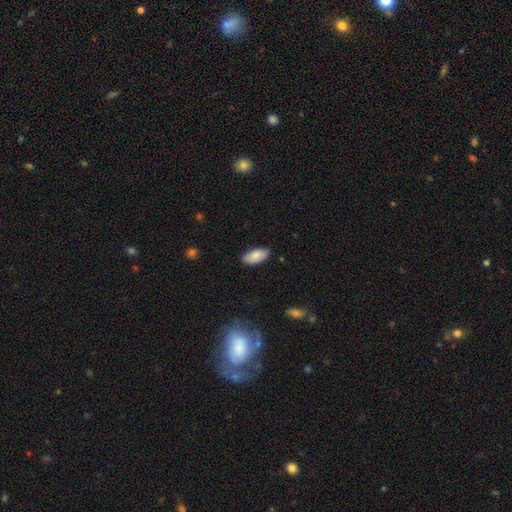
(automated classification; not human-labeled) Smooth or featured: smooth — 87% (featured or disk — 7%)
How rounded: in between — 93% (cigar-shaped — 6%)
Merging: none — 85% (minor disturbance — 12%)